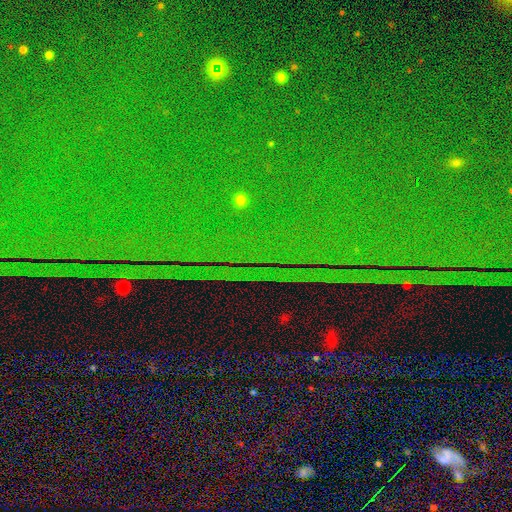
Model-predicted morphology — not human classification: Smooth or featured? Predicted: star or artifact (p=0.88).